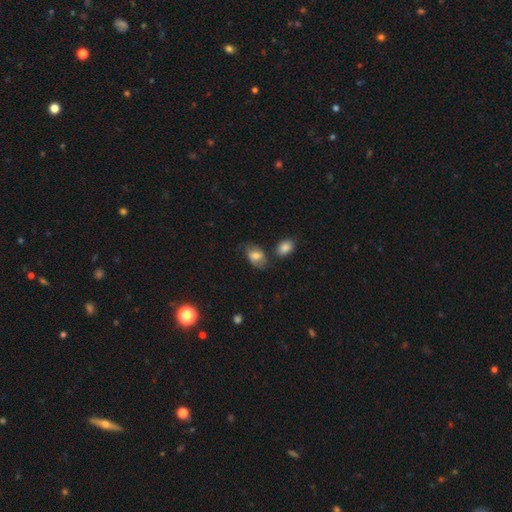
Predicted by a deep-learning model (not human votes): Overall: smooth (68%). How rounded: in between (85%). Merging: none (58%; minor disturbance 24%).